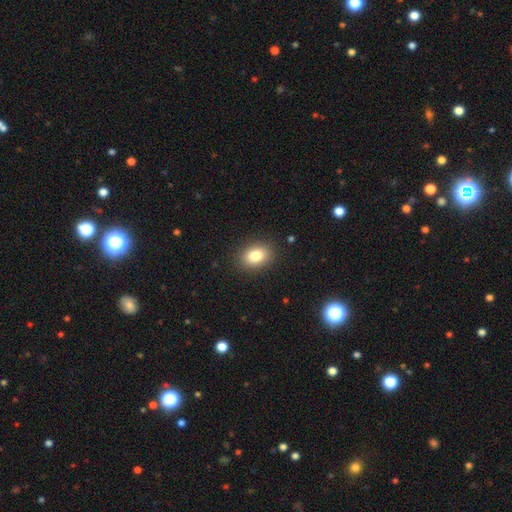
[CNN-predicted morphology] Smooth or featured? smooth (82%)
How rounded? in between (65%)
Merging? none (89%)